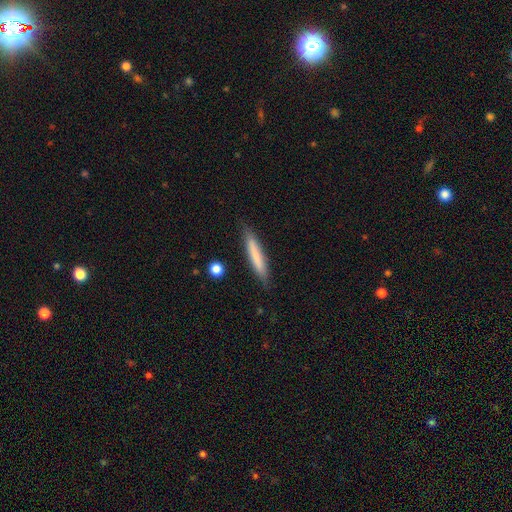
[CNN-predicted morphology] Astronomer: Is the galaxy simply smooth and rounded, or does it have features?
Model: smooth — 74%.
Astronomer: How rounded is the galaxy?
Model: cigar-shaped — 92%.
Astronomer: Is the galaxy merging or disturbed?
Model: none — 86%.